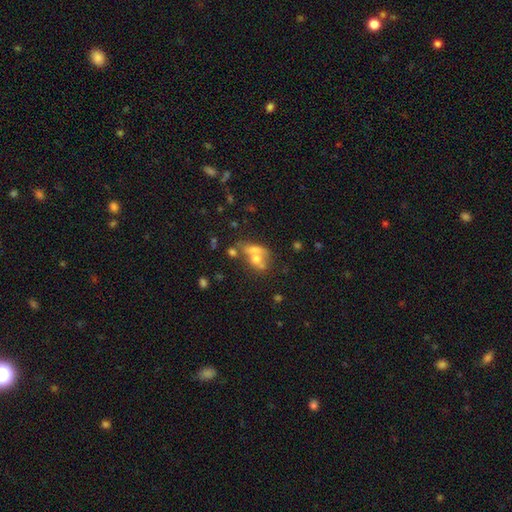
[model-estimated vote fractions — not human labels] A smooth galaxy with no disk features (53%) that is in between round and cigar-shaped (59%). Merging: merger (54%).